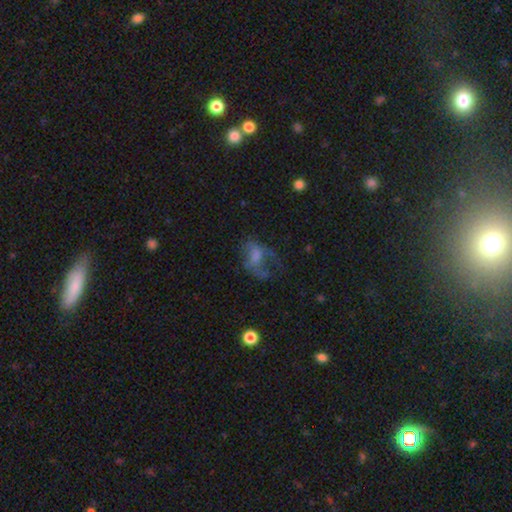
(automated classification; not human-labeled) featured or disk 43%, smooth 38%, star or artifact 19%. Down the decision tree: merging — major disturbance (40%).